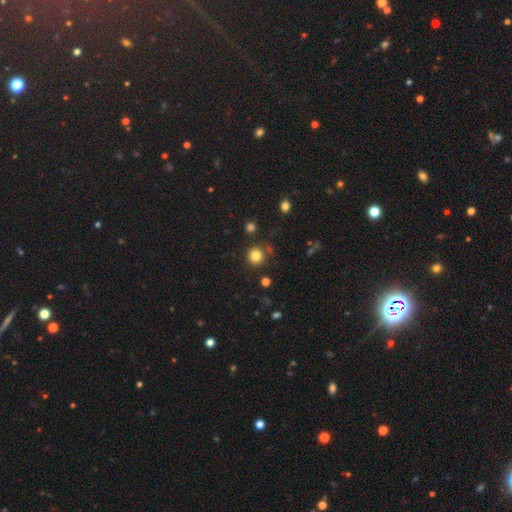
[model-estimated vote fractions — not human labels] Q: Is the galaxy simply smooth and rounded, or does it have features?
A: smooth — 81%.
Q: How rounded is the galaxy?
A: round — 93%.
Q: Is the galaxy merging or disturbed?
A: none — 85%.